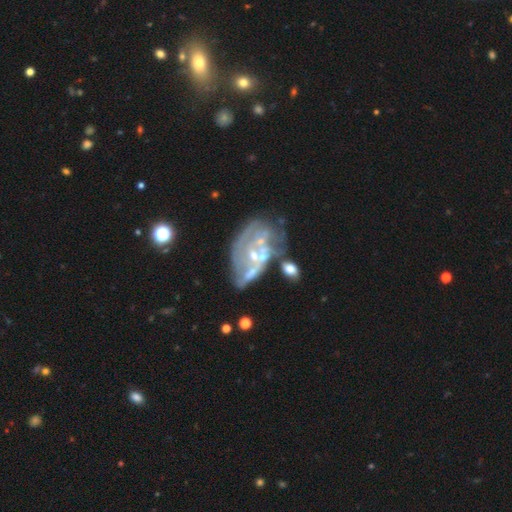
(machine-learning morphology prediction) Smooth or featured: featured or disk — 75% (smooth — 15%)
Edge-on disk: no — 97% (yes — 3%)
Bar: no — 76% (weak — 18%)
Spiral arms: no — 58% (yes — 42%)
Bulge size: small — 56% (moderate — 24%)
Merging: none — 31% (merger — 26%)